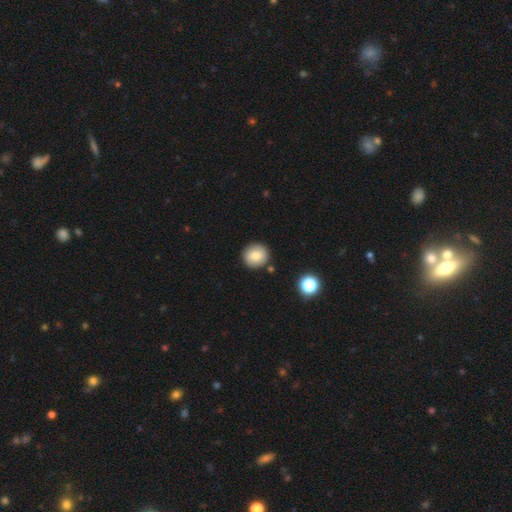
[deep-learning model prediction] A smooth galaxy with no disk features (79%) that is round (94%).

Vote fractions:
- Smooth or featured? smooth: 79% / featured or disk: 11% / star or artifact: 9%
- How rounded? round: 94% / in between: 5% / cigar-shaped: 1%
- Merging? none: 87% / minor disturbance: 7% / merger: 4% / major disturbance: 2%